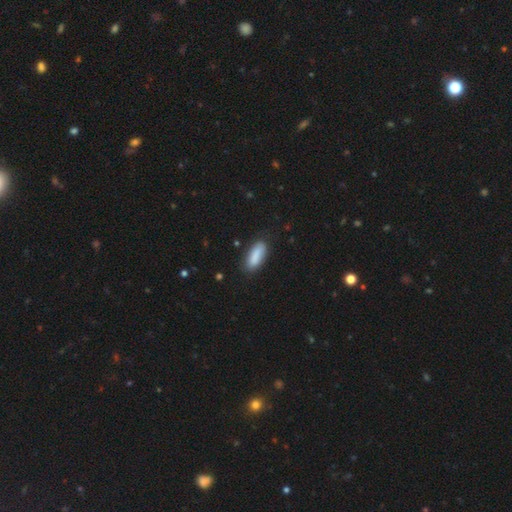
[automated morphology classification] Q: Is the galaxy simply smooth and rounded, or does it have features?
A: smooth — 87%.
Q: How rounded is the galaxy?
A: in between — 69%.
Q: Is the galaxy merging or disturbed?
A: none — 81%.